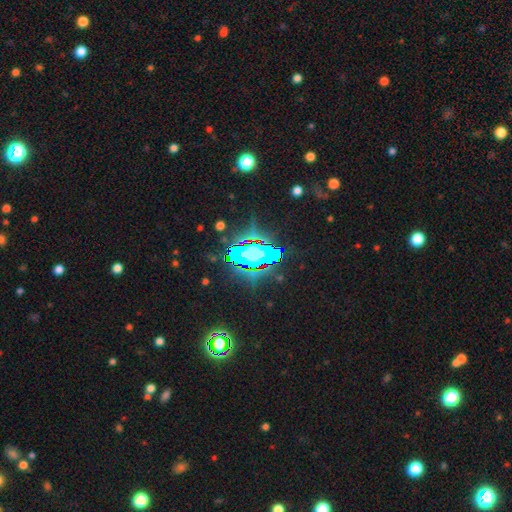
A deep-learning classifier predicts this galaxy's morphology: This appears to be a star or artifact, not a galaxy (79%).